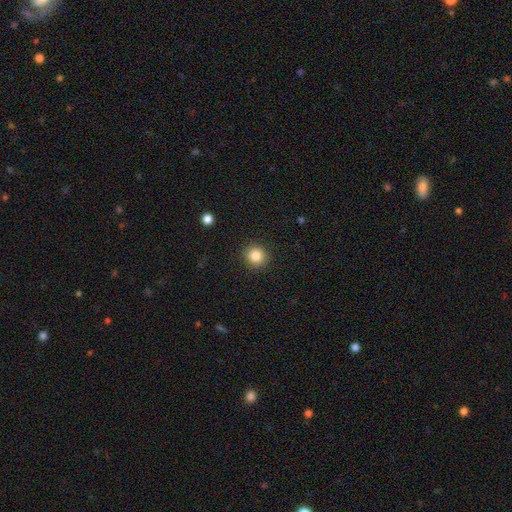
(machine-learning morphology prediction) A smooth galaxy with no disk features (85%) that is round (92%).

Vote fractions:
- Smooth or featured? smooth: 85% / star or artifact: 10% / featured or disk: 5%
- How rounded? round: 92% / in between: 7% / cigar-shaped: 1%
- Merging? none: 91% / minor disturbance: 6% / major disturbance: 2% / merger: 1%